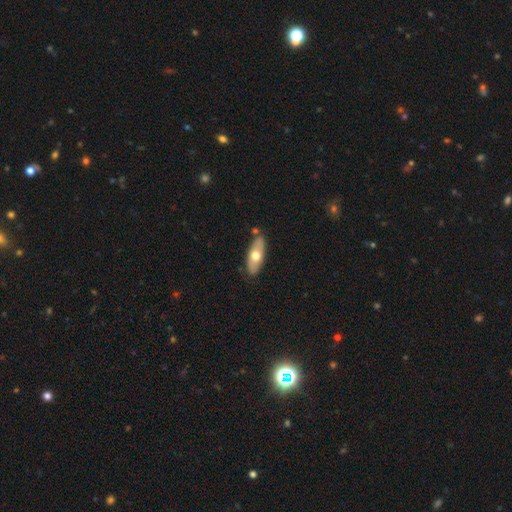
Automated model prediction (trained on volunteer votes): Smooth or featured?
  - smooth: 60% *
  - featured or disk: 34%
  - star or artifact: 5%
How rounded?
  - in between: 78% *
  - cigar-shaped: 19%
  - round: 3%
Merging?
  - none: 80% *
  - minor disturbance: 13%
  - merger: 4%
  - major disturbance: 2%